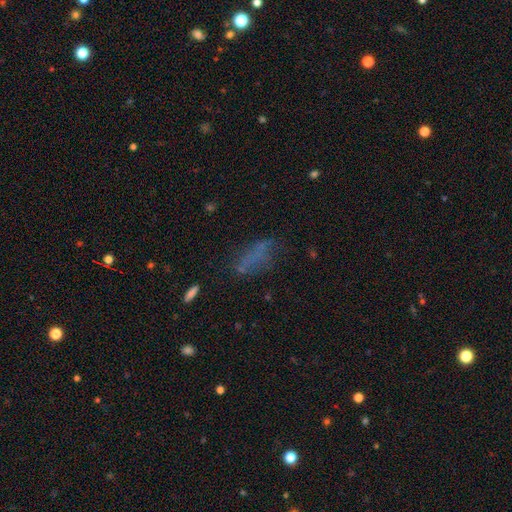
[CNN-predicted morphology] type=smooth (57%); roundness=in between (67%); merging=none (51%).